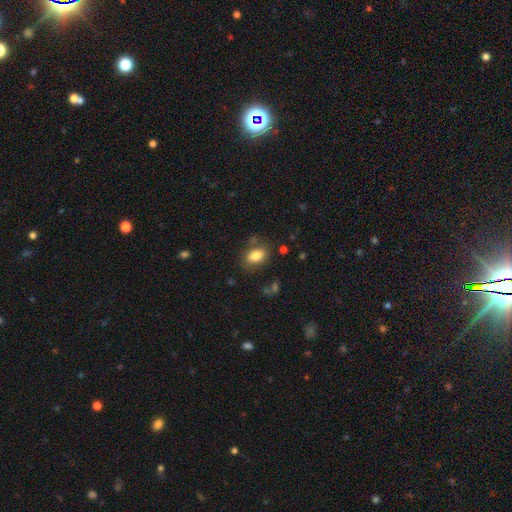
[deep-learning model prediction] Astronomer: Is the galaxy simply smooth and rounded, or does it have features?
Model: smooth — 83%.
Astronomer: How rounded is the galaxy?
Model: in between — 83%.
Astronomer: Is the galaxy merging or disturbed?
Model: none — 77%.